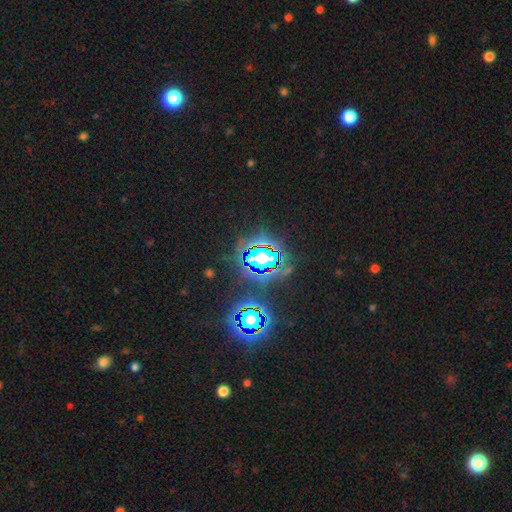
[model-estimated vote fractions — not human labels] Smooth or featured?
  - star or artifact: 76% *
  - smooth: 13%
  - featured or disk: 11%